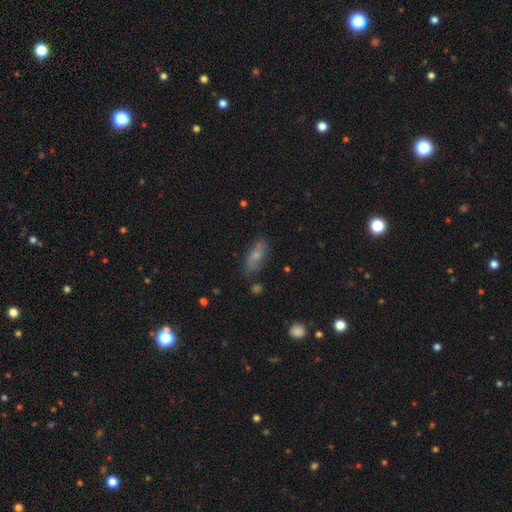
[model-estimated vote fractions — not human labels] Smooth or featured? smooth (63%)
How rounded? in between (67%)
Merging? none (73%)